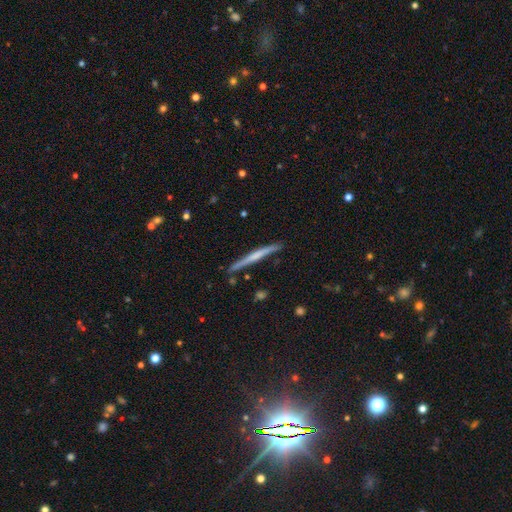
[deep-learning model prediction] A featured or disk galaxy (55%) viewed edge-on (97%) with no central bulge (58%).

Vote fractions:
- Smooth or featured? featured or disk: 55% / smooth: 39% / star or artifact: 6%
- Edge-on disk? yes: 97% / no: 3%
- Edge-on bulge? none: 58% / rounded: 30% / boxy: 13%
- Merging? none: 87% / minor disturbance: 9% / merger: 2% / major disturbance: 2%